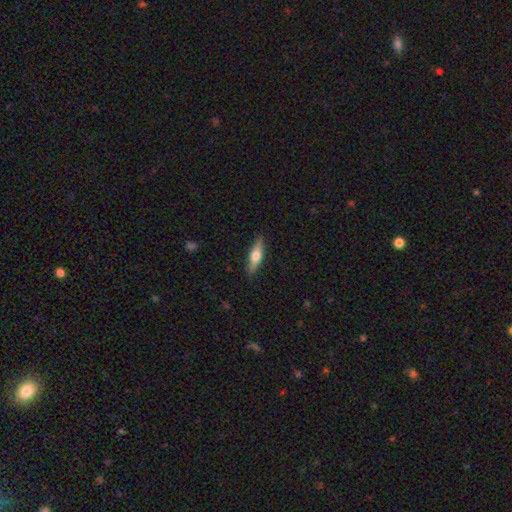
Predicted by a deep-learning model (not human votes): This is possibly a smooth galaxy (55%). How rounded: likely cigar-shaped (63%). Merging: clearly none (87%).